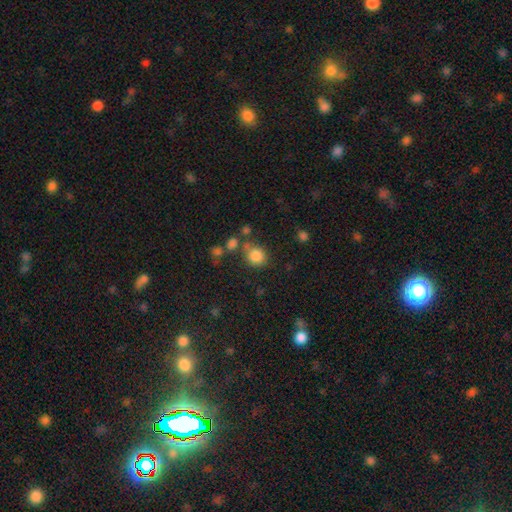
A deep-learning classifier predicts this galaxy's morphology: A smooth galaxy with no disk features (83%) that is round (85%).

Vote fractions:
- Smooth or featured? smooth: 83% / star or artifact: 12% / featured or disk: 6%
- How rounded? round: 85% / in between: 14% / cigar-shaped: 1%
- Merging? none: 67% / merger: 13% / minor disturbance: 13% / major disturbance: 6%